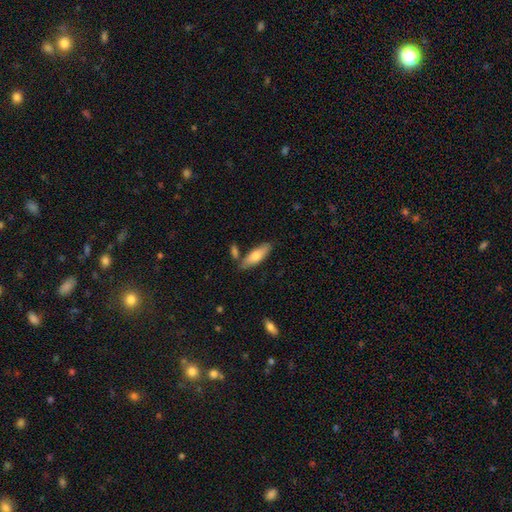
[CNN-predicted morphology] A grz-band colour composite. It shows a smooth galaxy with no disk features (70%) that is in between round and cigar-shaped (54%). Merging: none (76%).